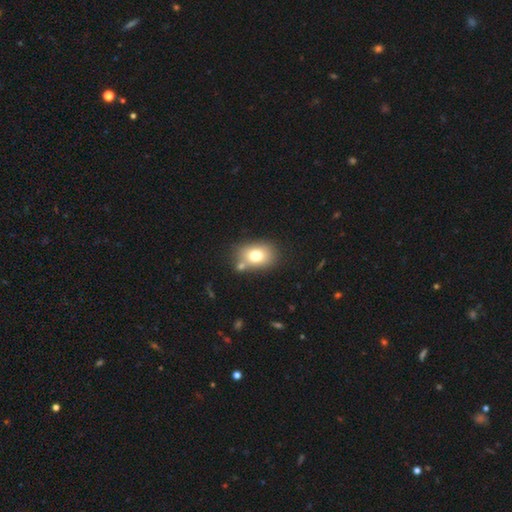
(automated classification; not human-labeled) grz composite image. It shows a smooth galaxy with no disk features (75%) that is in between round and cigar-shaped (69%). Merging: none (70%).